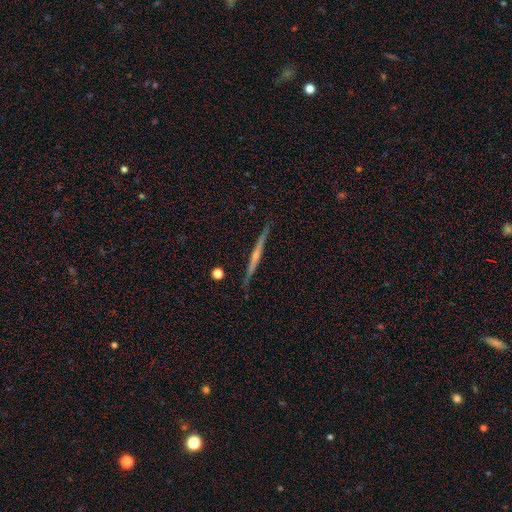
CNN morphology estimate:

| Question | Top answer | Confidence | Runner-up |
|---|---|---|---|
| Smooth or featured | featured or disk | 75% | smooth (19%) |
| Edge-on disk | yes | 98% | no (2%) |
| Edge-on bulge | rounded | 59% | none (34%) |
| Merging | none | 89% | minor disturbance (8%) |